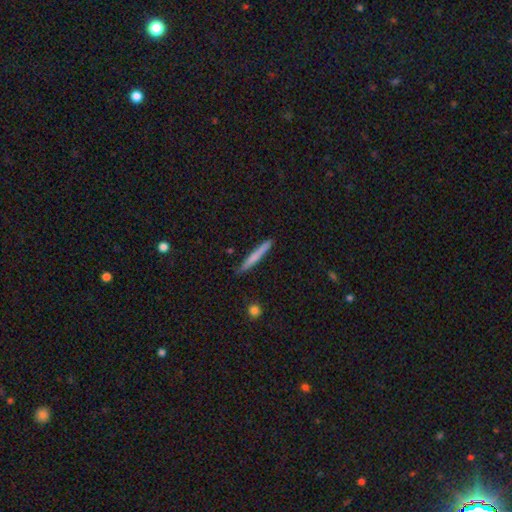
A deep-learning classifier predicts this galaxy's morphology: smooth 67%, featured or disk 27%, star or artifact 6%. Down the decision tree: how rounded — cigar-shaped (96%); merging — none (88%).